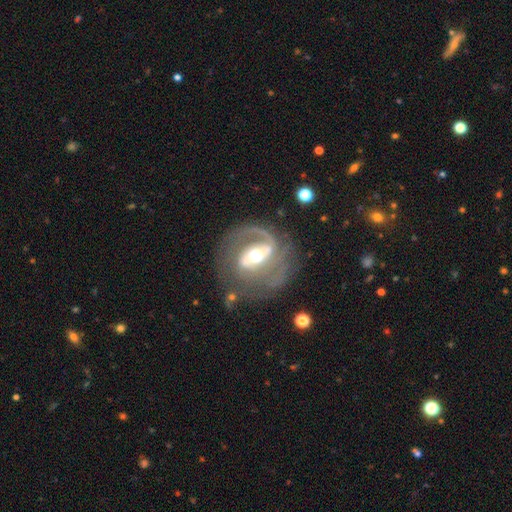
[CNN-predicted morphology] Q: Smooth or featured?
A: featured or disk (86%); runner-up: smooth (9%)
Q: Edge-on disk?
A: no (97%); runner-up: yes (3%)
Q: Bar?
A: strong (40%); runner-up: weak (37%)
Q: Spiral arms?
A: yes (91%); runner-up: no (9%)
Q: Spiral winding?
A: medium (48%); runner-up: tight (30%)
Q: Spiral arm count?
A: 2 (63%); runner-up: 1 (23%)
Q: Bulge size?
A: moderate (69%); runner-up: small (16%)
Q: Merging?
A: none (58%); runner-up: major disturbance (19%)